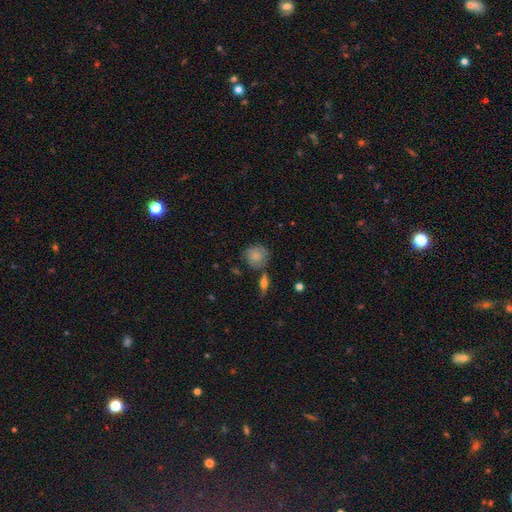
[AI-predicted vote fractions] Smooth or featured: smooth — 76% (featured or disk — 16%)
How rounded: round — 85% (in between — 13%)
Merging: none — 68% (minor disturbance — 19%)